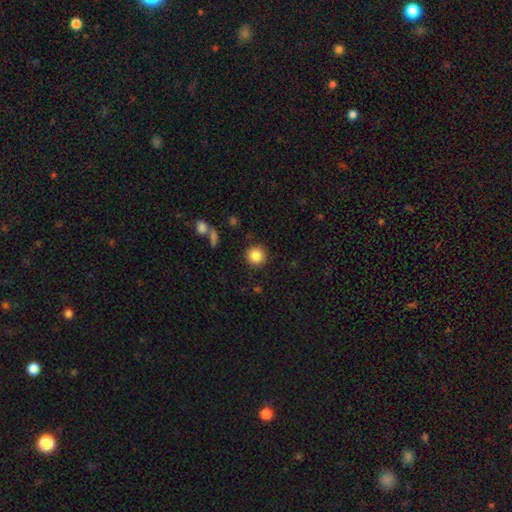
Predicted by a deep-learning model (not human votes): Smooth or featured? Predicted: smooth (p=0.86). How rounded? Predicted: round (p=0.94). Merging? Predicted: none (p=0.89).